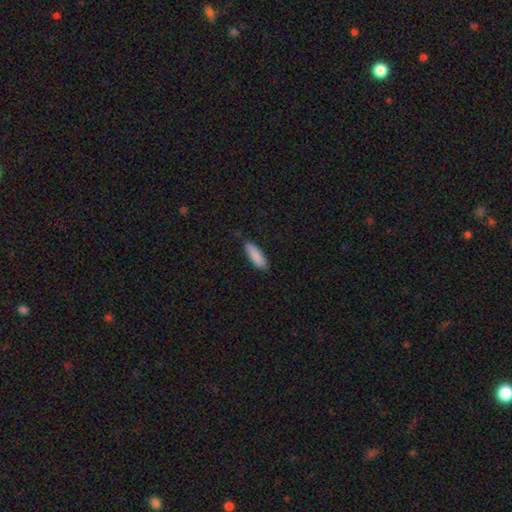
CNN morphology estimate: smooth_or_featured: smooth (p=0.89) [alt: star or artifact p=0.06]
how_rounded: cigar-shaped (p=0.51) [alt: in between p=0.48]
merging: none (p=0.85) [alt: minor disturbance p=0.12]